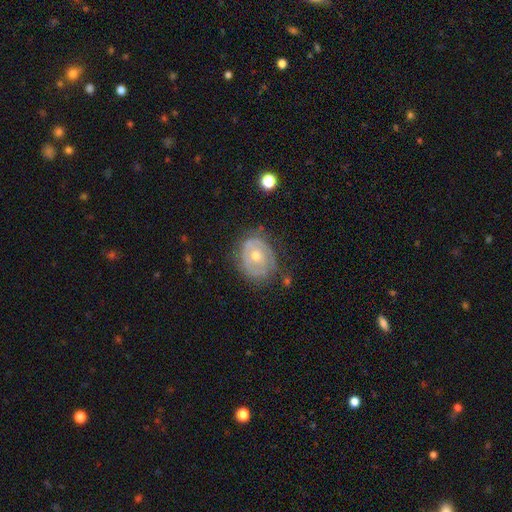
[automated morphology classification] Smooth or featured: featured or disk — 69% (smooth — 24%)
Edge-on disk: no — 96% (yes — 4%)
Bar: no — 77% (weak — 18%)
Spiral arms: yes — 59% (no — 41%)
Bulge size: moderate — 62% (small — 34%)
Merging: none — 65% (minor disturbance — 23%)